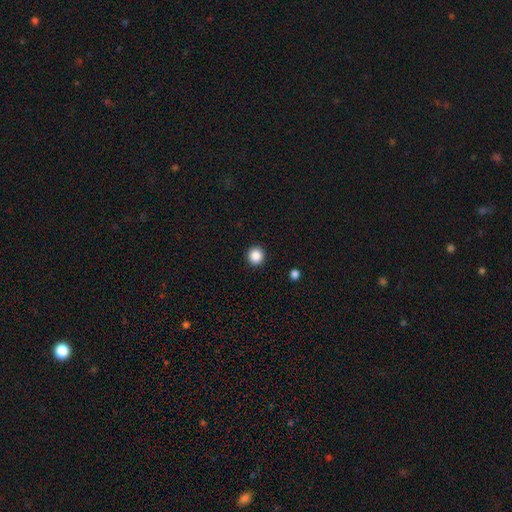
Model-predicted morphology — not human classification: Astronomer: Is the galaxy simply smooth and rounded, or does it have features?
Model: smooth — 87%.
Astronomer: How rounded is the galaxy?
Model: round — 94%.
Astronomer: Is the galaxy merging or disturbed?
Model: none — 93%.